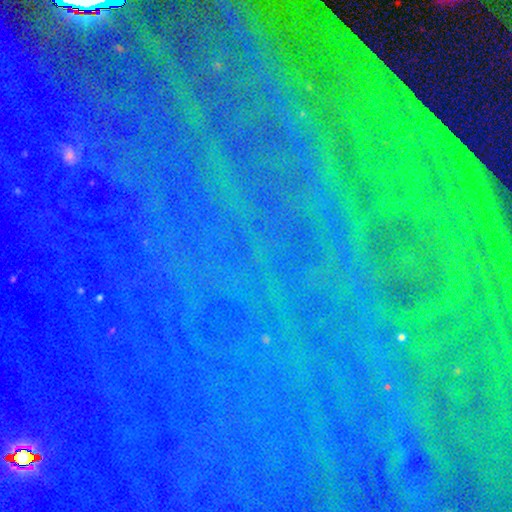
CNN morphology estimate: Smooth or featured? Predicted: star or artifact (p=0.85).